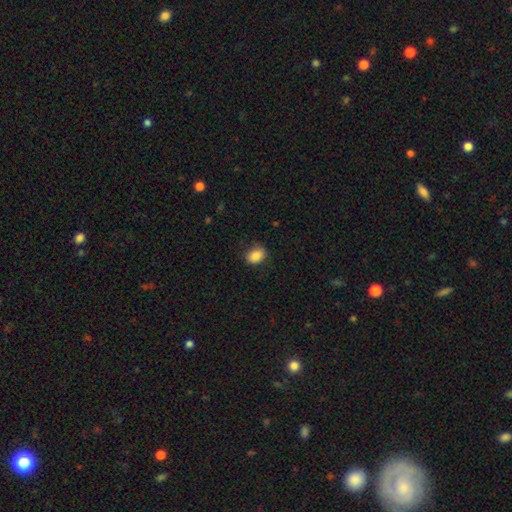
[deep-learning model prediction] Smooth or featured? smooth (87%)
How rounded? in between (68%)
Merging? none (82%)